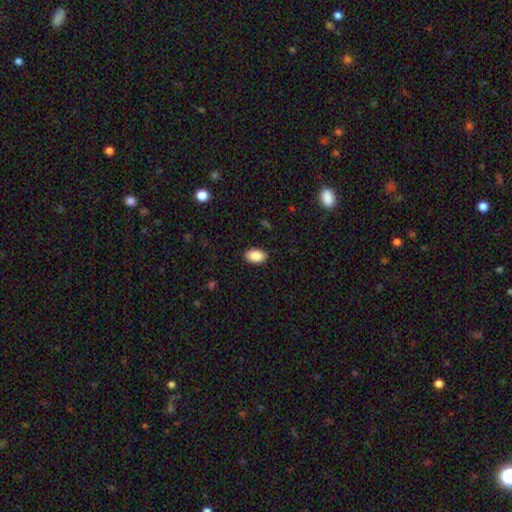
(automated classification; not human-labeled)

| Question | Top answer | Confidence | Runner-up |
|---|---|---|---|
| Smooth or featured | smooth | 89% | star or artifact (7%) |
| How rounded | in between | 93% | round (6%) |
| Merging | none | 89% | minor disturbance (8%) |